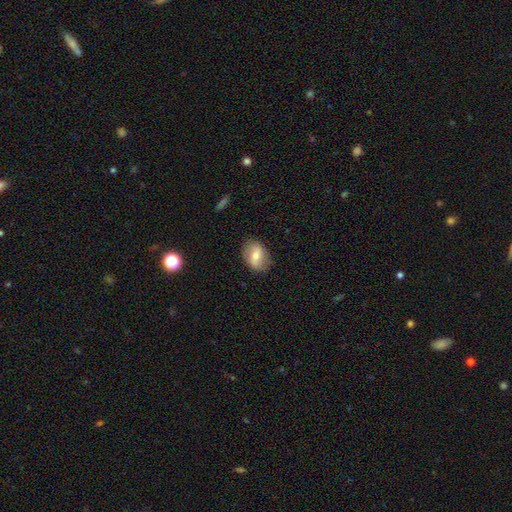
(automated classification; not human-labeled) Smooth or featured? smooth (63%)
How rounded? in between (75%)
Merging? none (78%)